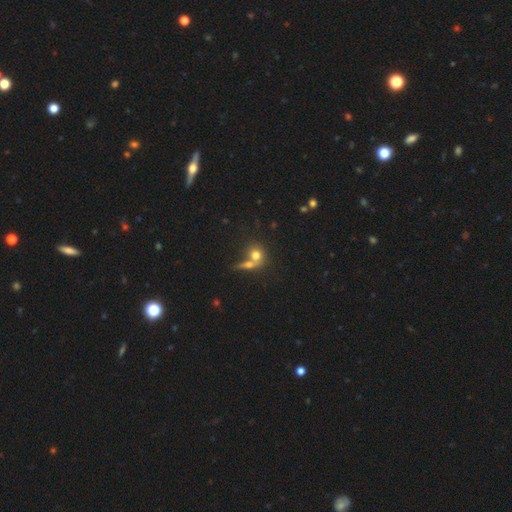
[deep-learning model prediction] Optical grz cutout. It shows a smooth galaxy with no disk features (73%) that is round (76%). Merging: merger (52%).